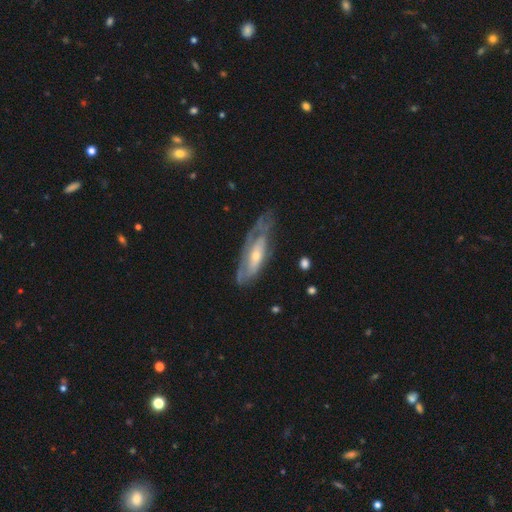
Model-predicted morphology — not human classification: Smooth or featured?
  - featured or disk: 73% *
  - smooth: 21%
  - star or artifact: 6%
Edge-on disk?
  - no: 81% *
  - yes: 19%
Bar?
  - no: 63% *
  - weak: 27%
  - strong: 10%
Spiral arms?
  - yes: 73% *
  - no: 27%
Bulge size?
  - small: 52% *
  - moderate: 43%
  - large: 3%
  - none: 1%
  - dominant: 1%
Merging?
  - none: 46% *
  - minor disturbance: 28%
  - major disturbance: 24%
  - merger: 2%